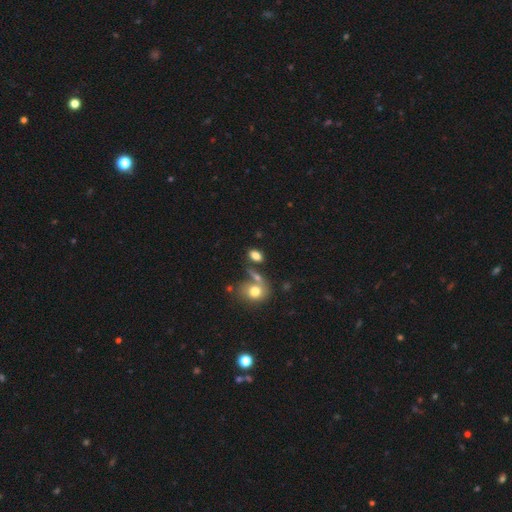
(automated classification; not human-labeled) Smooth or featured? smooth (78%)
How rounded? in between (79%)
Merging? none (58%)